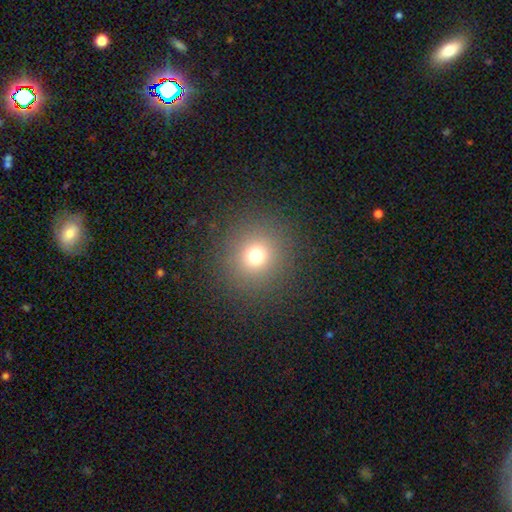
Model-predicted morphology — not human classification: smooth 71%, star or artifact 20%, featured or disk 9%. Down the decision tree: how rounded — round (89%); merging — none (88%).